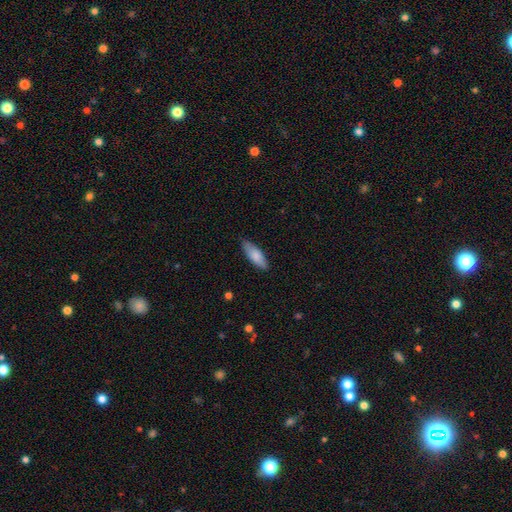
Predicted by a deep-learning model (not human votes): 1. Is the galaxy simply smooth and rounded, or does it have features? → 80% smooth, 14% featured or disk, 6% star or artifact.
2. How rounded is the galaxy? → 62% in between, 36% cigar-shaped, 2% round.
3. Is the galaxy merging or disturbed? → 80% none, 16% minor disturbance, 2% major disturbance, 1% merger.